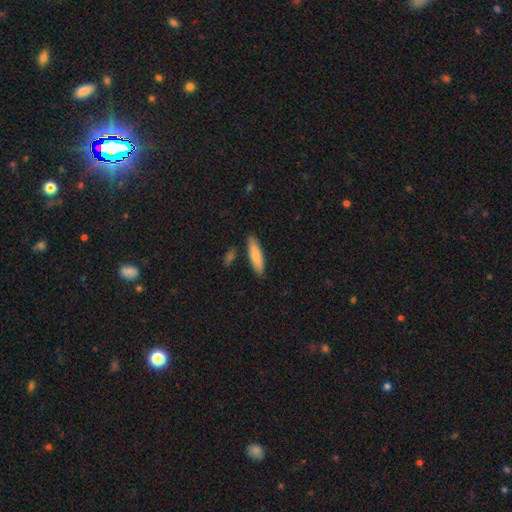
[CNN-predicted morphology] Smooth or featured? Predicted: smooth (p=0.82). How rounded? Predicted: cigar-shaped (p=0.67). Merging? Predicted: none (p=0.85).